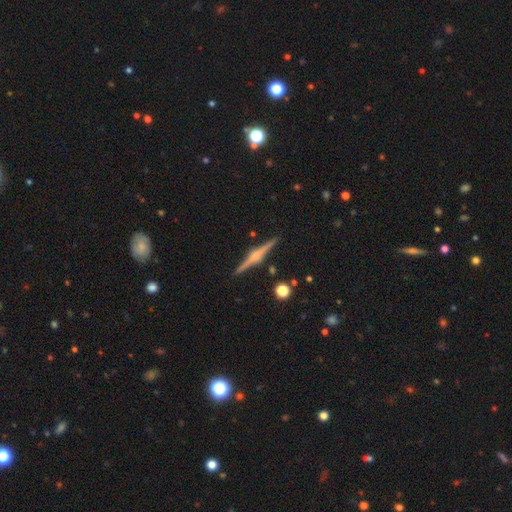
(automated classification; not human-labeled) The model was most divided on "smooth or featured": featured or disk: 82%, smooth: 12%, star or artifact: 6%. More confident: edge-on disk — yes (98%); merging — none (91%); edge-on bulge — rounded (84%).